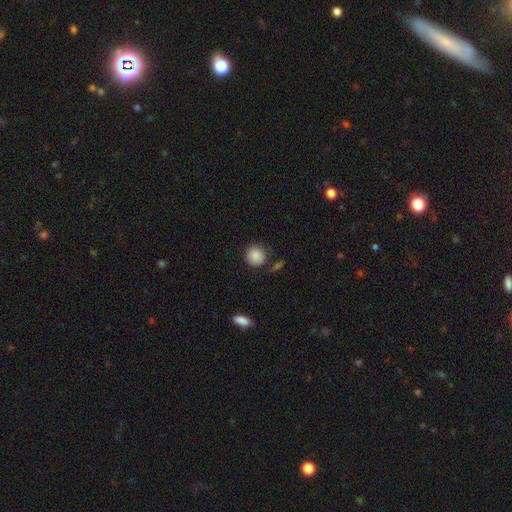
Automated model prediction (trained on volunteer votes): Overall: smooth (88%). How rounded: round (91%). Merging: none (81%).